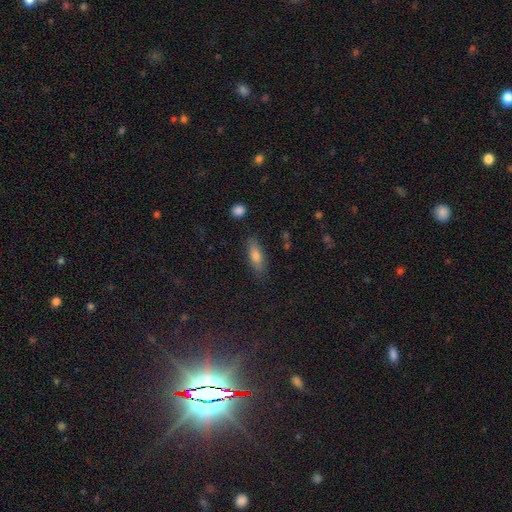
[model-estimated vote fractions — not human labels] A smooth galaxy with no disk features (70%) that is in between round and cigar-shaped (57%). Merging: none (84%).